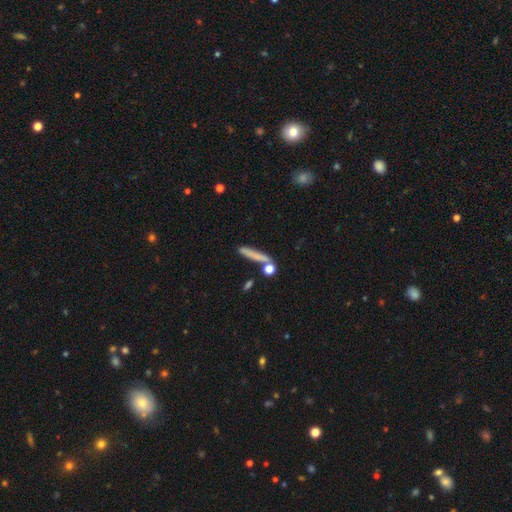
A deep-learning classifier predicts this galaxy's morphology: A smooth galaxy with no disk features (70%) that is cigar-shaped (83%). Merging: none (71%).